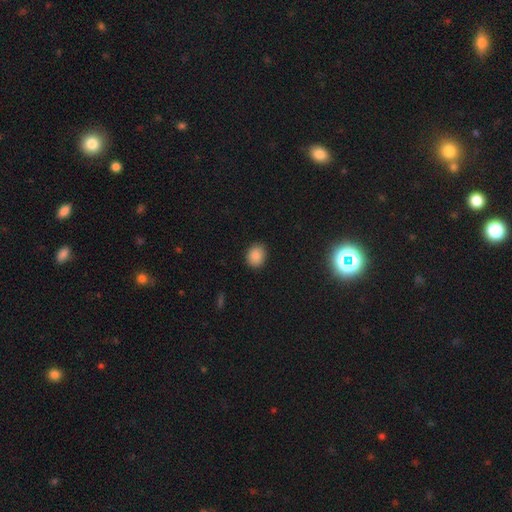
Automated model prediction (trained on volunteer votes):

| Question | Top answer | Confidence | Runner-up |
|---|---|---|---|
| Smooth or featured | smooth | 87% | star or artifact (10%) |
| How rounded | round | 60% | in between (39%) |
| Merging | none | 87% | minor disturbance (10%) |